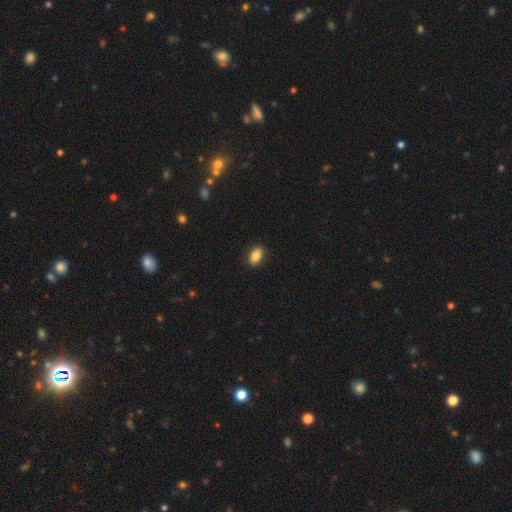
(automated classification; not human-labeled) smooth_or_featured: smooth (p=0.85) [alt: star or artifact p=0.08]
how_rounded: in between (p=0.88) [alt: round p=0.10]
merging: none (p=0.89) [alt: minor disturbance p=0.08]